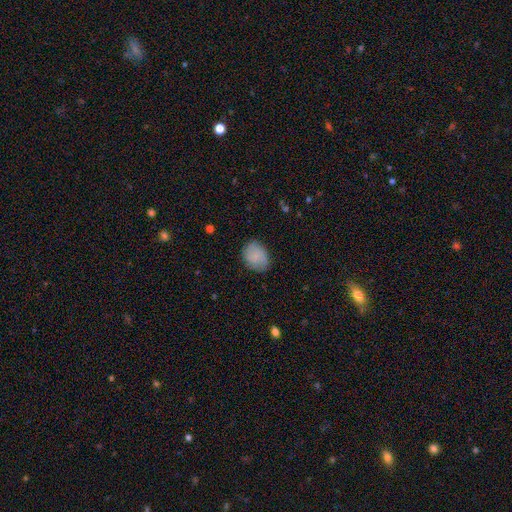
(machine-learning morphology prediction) smooth-or-featured: smooth: 72% | featured or disk: 20% | star or artifact: 8%
  how-rounded: in between: 56% | round: 43% | cigar-shaped: 1%
  merging: none: 77% | minor disturbance: 18% | major disturbance: 4% | merger: 1%